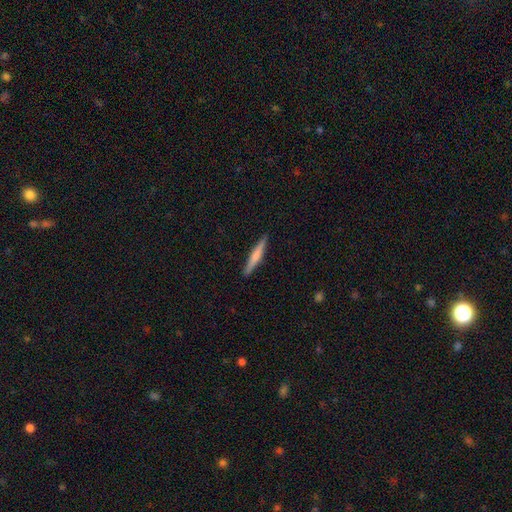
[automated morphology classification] Smooth or featured?
  - smooth: 57% *
  - featured or disk: 38%
  - star or artifact: 5%
How rounded?
  - cigar-shaped: 94% *
  - in between: 4%
  - round: 1%
Merging?
  - none: 91% *
  - minor disturbance: 7%
  - major disturbance: 1%
  - merger: 1%